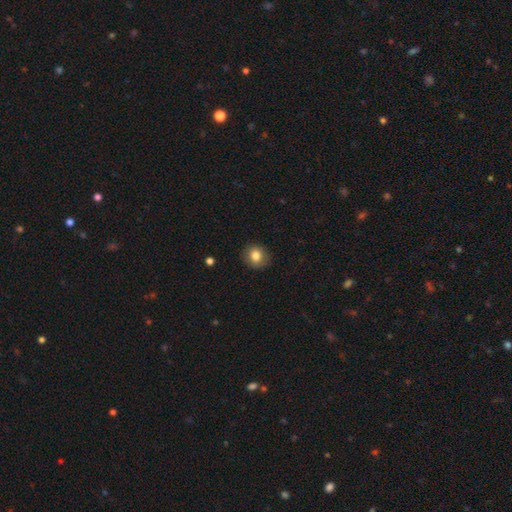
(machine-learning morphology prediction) A smooth galaxy with no disk features (81%) that is round (78%).

Vote fractions:
- Smooth or featured? smooth: 81% / featured or disk: 10% / star or artifact: 9%
- How rounded? round: 78% / in between: 21% / cigar-shaped: 1%
- Merging? none: 87% / minor disturbance: 9% / major disturbance: 2% / merger: 1%